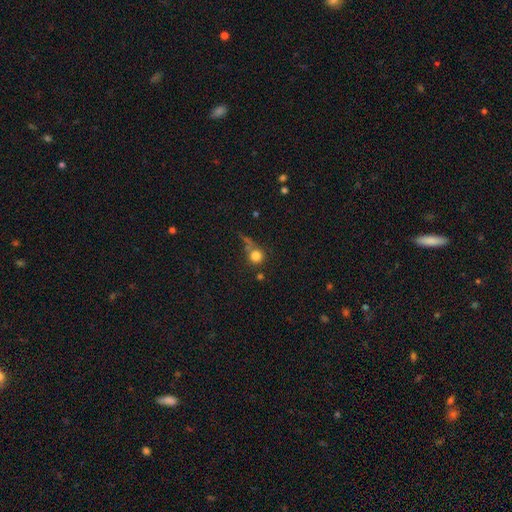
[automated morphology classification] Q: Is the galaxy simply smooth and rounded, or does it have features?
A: smooth — 79%.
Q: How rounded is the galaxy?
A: round — 91%.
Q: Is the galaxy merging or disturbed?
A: none — 54%.